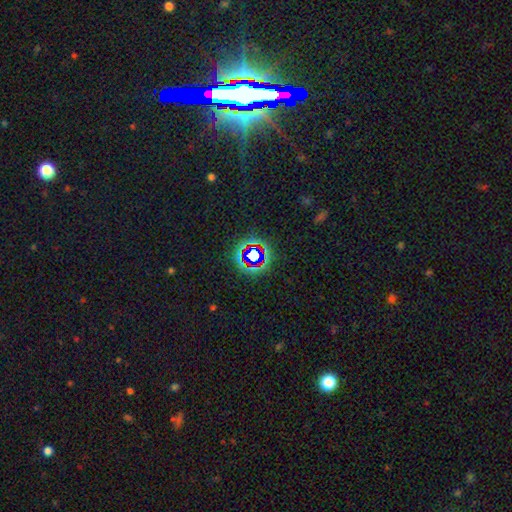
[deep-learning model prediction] star or artifact 73%, smooth 16%, featured or disk 11%.